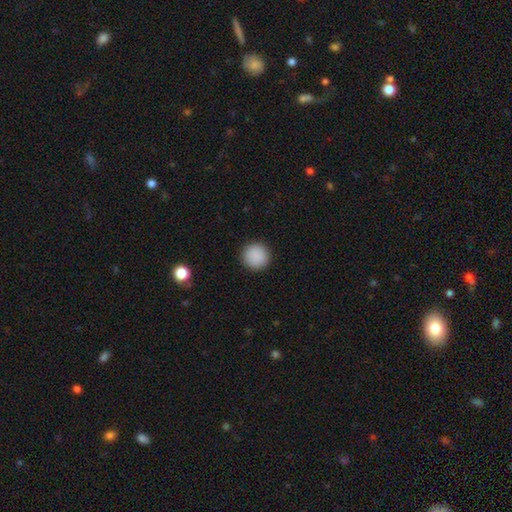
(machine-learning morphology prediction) Smooth or featured? Predicted: smooth (p=0.89). How rounded? Predicted: round (p=0.95). Merging? Predicted: none (p=0.92).